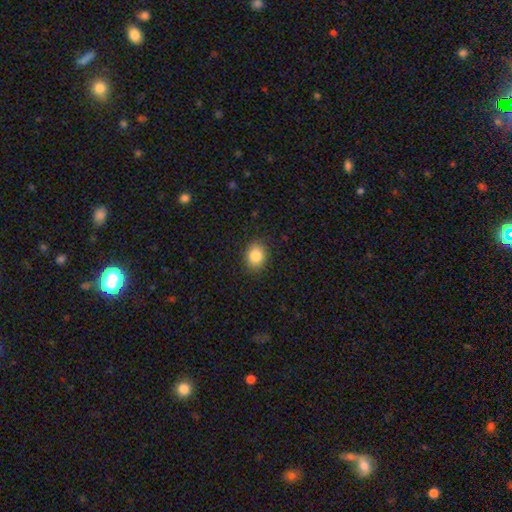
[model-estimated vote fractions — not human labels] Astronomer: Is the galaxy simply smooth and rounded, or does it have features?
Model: smooth — 85%.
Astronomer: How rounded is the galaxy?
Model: round — 53% (runner-up: in between, 46%).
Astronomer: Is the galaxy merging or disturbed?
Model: none — 88%.